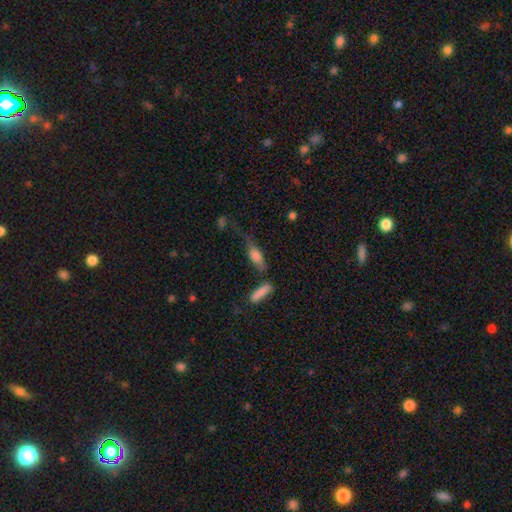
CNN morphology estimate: smooth_or_featured: smooth (p=0.70) [alt: featured or disk p=0.20]
how_rounded: in between (p=0.57) [alt: cigar-shaped p=0.38]
merging: none (p=0.40) [alt: minor disturbance p=0.24]